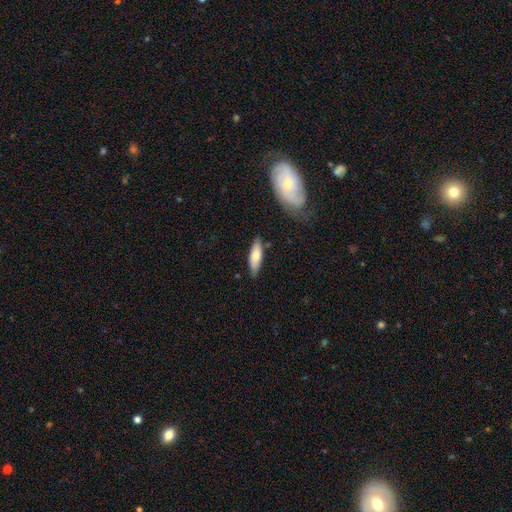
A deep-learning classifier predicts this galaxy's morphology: Smooth or featured? Predicted: smooth (p=0.70). How rounded? Predicted: in between (p=0.52). Merging? Predicted: none (p=0.80).